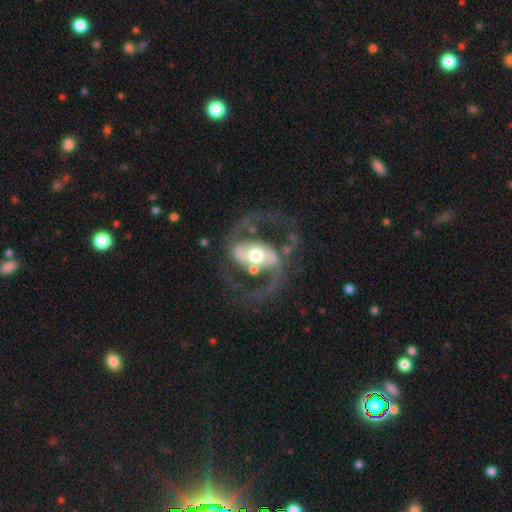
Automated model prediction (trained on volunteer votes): Smooth or featured? featured or disk (89%)
Edge-on disk? no (97%)
Bar? strong (39%)
Spiral arms? yes (92%)
Spiral winding? medium (51%)
Spiral arm count? 2 (93%)
Bulge size? moderate (63%)
Merging? none (68%)